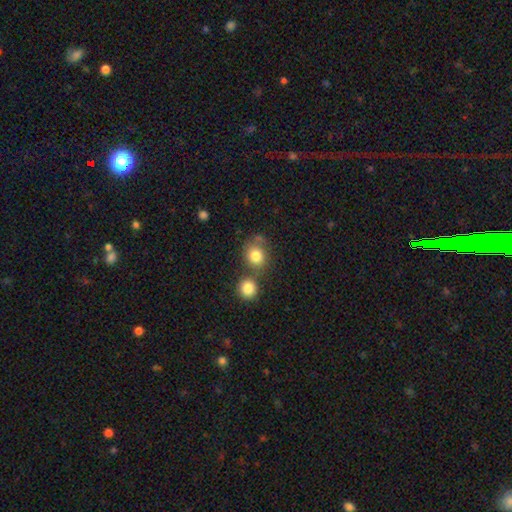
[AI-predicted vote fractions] Morphology: type=smooth (81%); roundness=round (78%); merging=none (56%).